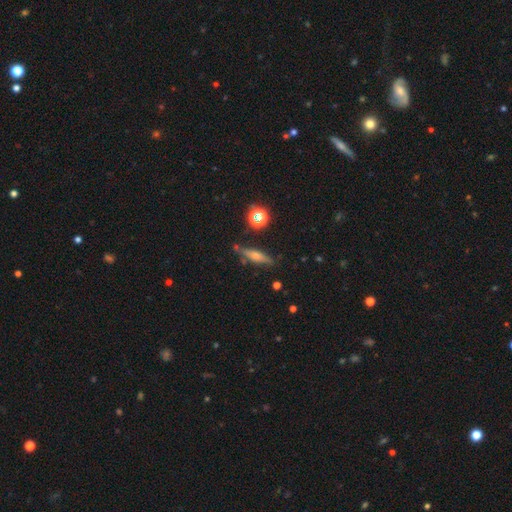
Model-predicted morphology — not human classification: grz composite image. It shows a smooth galaxy with no disk features (46%). Merging: none (77%).